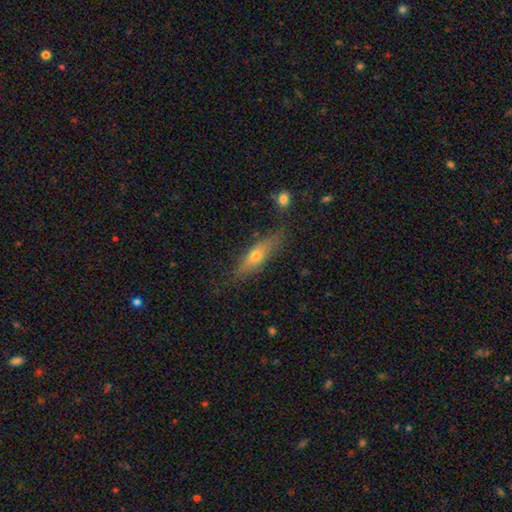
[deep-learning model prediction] This is possibly a smooth galaxy (50%). Merging: likely none (78%).